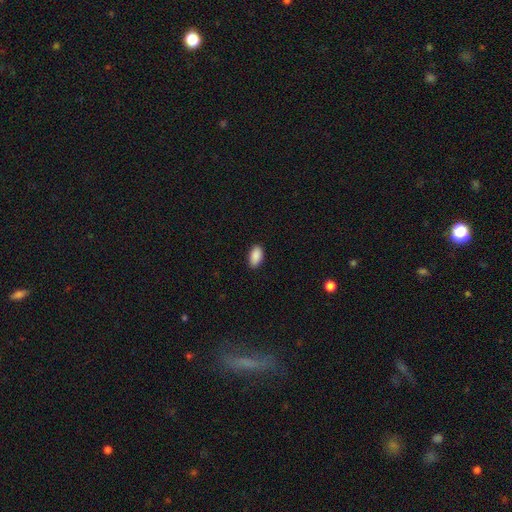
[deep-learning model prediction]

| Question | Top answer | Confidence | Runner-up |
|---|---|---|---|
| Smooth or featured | smooth | 90% | star or artifact (7%) |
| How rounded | in between | 94% | round (3%) |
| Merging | none | 87% | minor disturbance (10%) |